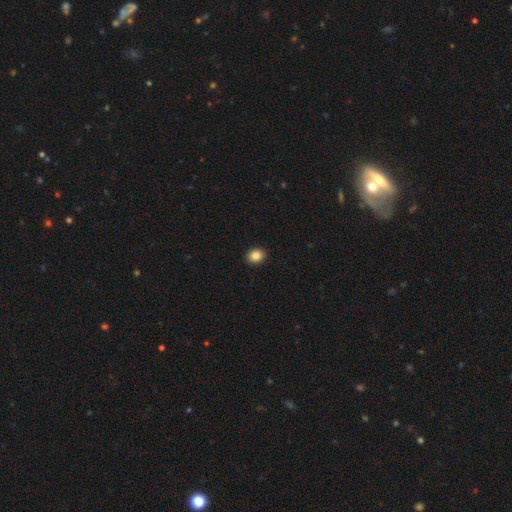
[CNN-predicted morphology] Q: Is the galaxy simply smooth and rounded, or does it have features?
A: smooth — 86%.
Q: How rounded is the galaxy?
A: round — 68%.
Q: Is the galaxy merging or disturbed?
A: none — 92%.